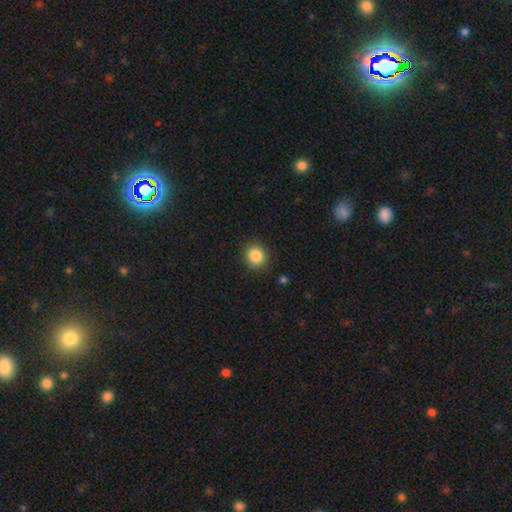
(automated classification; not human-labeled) Morphology: type=smooth (86%); roundness=round (87%); merging=none (89%).